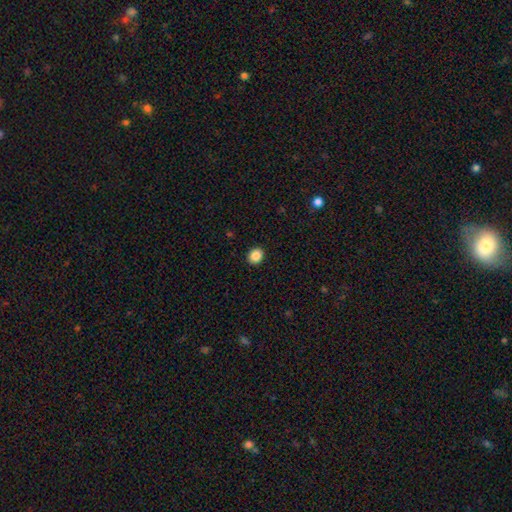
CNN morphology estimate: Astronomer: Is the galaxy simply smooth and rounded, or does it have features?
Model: smooth — 88%.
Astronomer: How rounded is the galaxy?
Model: round — 65%.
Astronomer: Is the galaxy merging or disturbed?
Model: none — 92%.